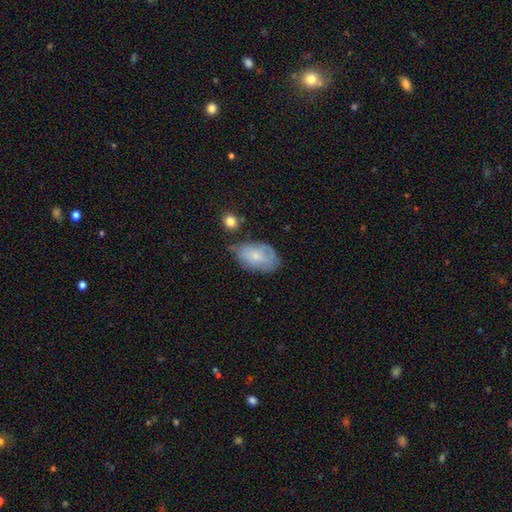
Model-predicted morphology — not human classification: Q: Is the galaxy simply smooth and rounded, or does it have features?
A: smooth — 60%.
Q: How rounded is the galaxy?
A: in between — 89%.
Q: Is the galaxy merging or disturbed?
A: none — 52%.